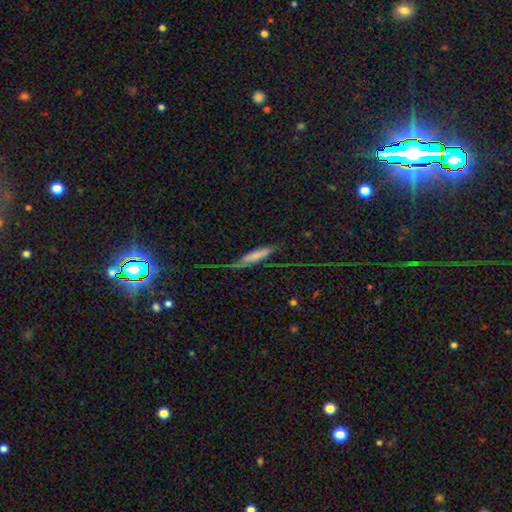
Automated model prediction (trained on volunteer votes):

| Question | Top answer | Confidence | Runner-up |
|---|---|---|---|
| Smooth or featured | smooth | 52% | featured or disk (40%) |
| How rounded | cigar-shaped | 83% | in between (15%) |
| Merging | none | 47% | minor disturbance (25%) |